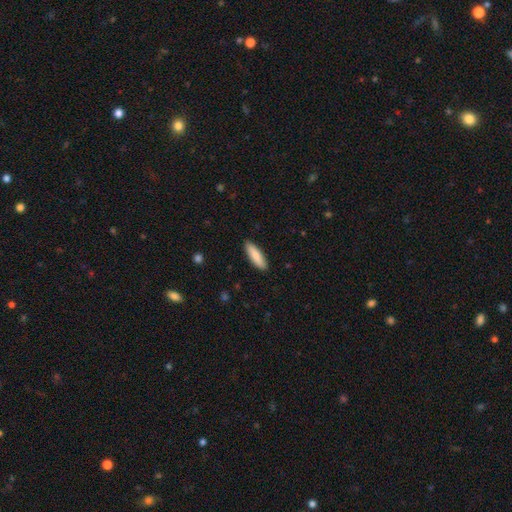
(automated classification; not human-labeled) A smooth galaxy with no disk features (85%) that is cigar-shaped (60%).

Vote fractions:
- Smooth or featured? smooth: 85% / featured or disk: 9% / star or artifact: 5%
- How rounded? cigar-shaped: 60% / in between: 39% / round: 1%
- Merging? none: 90% / minor disturbance: 8% / major disturbance: 2% / merger: 1%